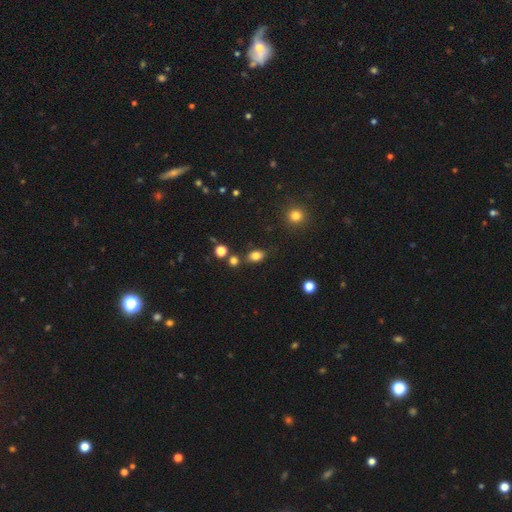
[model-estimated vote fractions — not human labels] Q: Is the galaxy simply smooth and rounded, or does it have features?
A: smooth — 82%.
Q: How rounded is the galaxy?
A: in between — 76%.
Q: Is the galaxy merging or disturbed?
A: none — 77%.